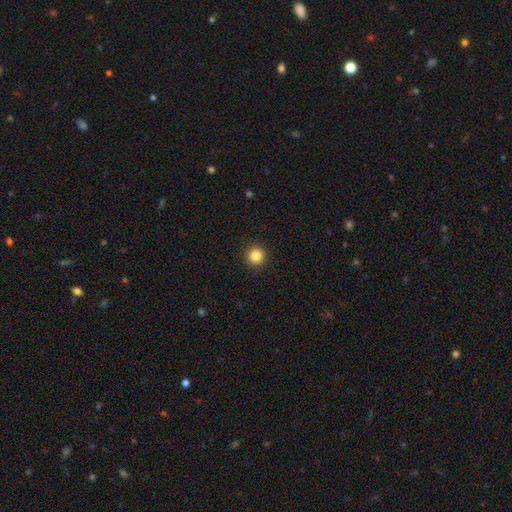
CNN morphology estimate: The model was most divided on "smooth or featured": smooth: 84%, star or artifact: 11%, featured or disk: 5%. More confident: how rounded — round (96%); merging — none (93%).